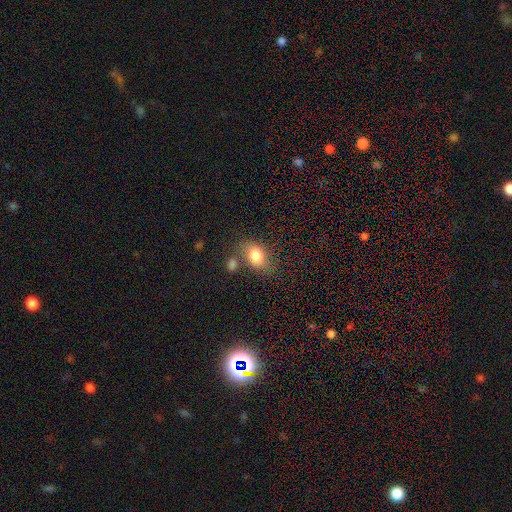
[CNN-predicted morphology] Smooth or featured? smooth (80%)
How rounded? in between (77%)
Merging? none (58%)